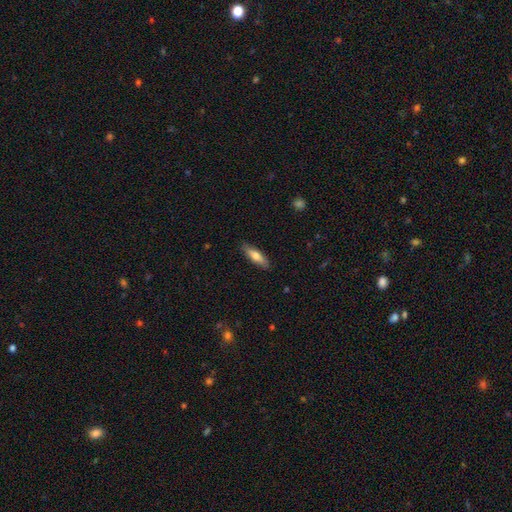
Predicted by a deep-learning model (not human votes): Q: Smooth or featured?
A: smooth (68%); runner-up: featured or disk (26%)
Q: How rounded?
A: cigar-shaped (59%); runner-up: in between (39%)
Q: Merging?
A: none (85%); runner-up: minor disturbance (12%)